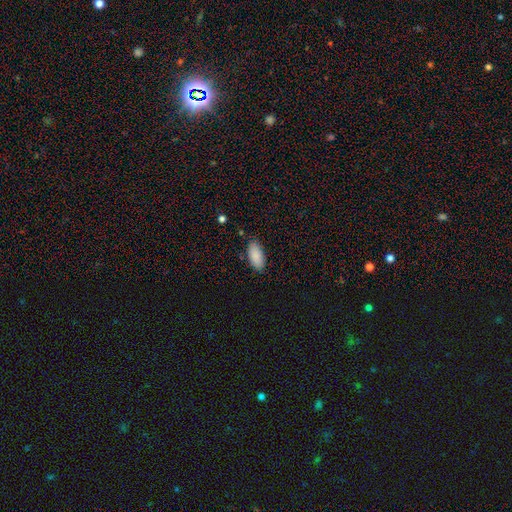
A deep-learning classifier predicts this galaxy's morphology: Q: Smooth or featured?
A: smooth (89%); runner-up: star or artifact (6%)
Q: How rounded?
A: in between (90%); runner-up: cigar-shaped (8%)
Q: Merging?
A: none (83%); runner-up: minor disturbance (13%)